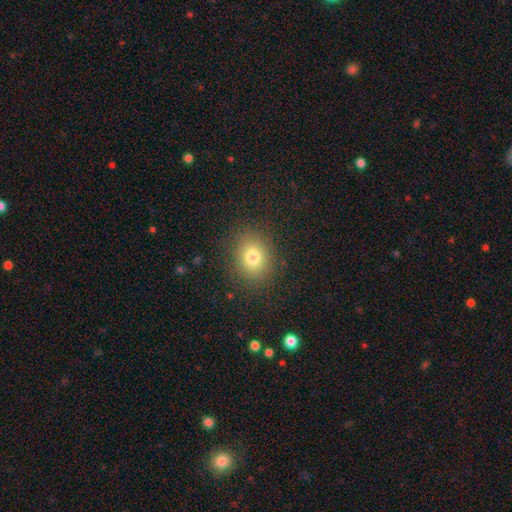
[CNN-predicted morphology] The model was most divided on "how rounded": round: 55%, in between: 44%, cigar-shaped: 1%. More confident: merging — none (86%); smooth or featured — smooth (78%).